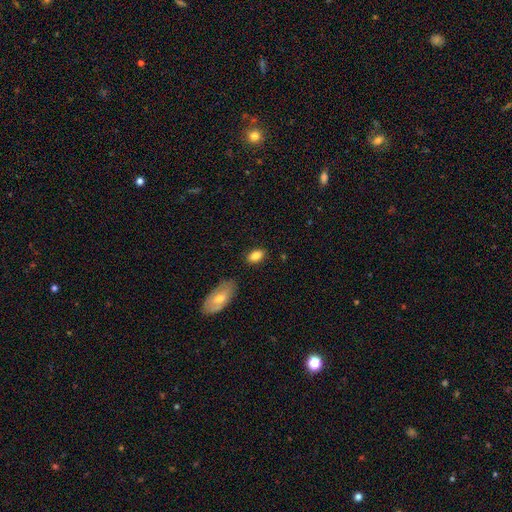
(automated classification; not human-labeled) Smooth or featured: smooth — 83% (featured or disk — 9%)
How rounded: in between — 89% (round — 7%)
Merging: none — 84% (minor disturbance — 11%)